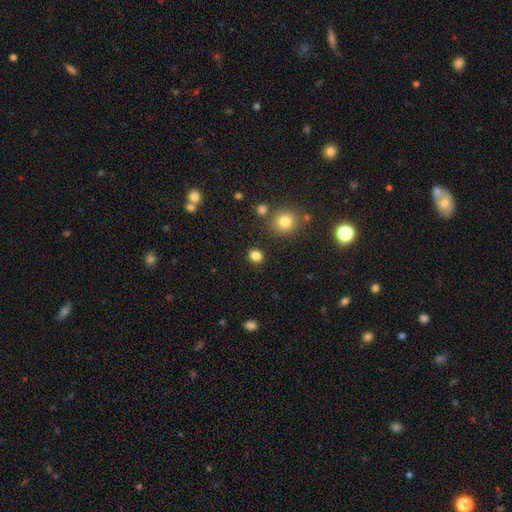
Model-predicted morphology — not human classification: smooth-or-featured: smooth: 83% | star or artifact: 13% | featured or disk: 4%
  how-rounded: round: 83% | in between: 16% | cigar-shaped: 1%
  merging: none: 89% | minor disturbance: 6% | merger: 3% | major disturbance: 2%